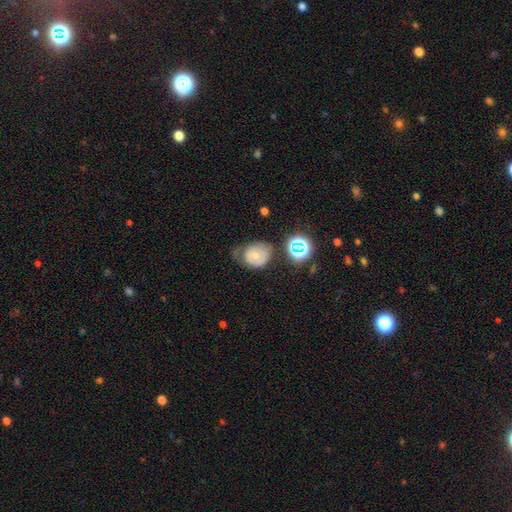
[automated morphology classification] smooth_or_featured: smooth (p=0.53) [alt: featured or disk p=0.33]
how_rounded: round (p=0.64) [alt: in between p=0.35]
merging: minor disturbance (p=0.36) [tied with: none p=0.36]